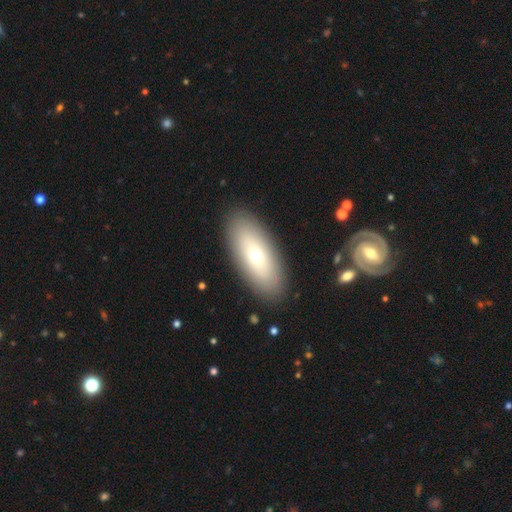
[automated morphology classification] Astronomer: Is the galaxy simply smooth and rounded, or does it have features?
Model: smooth — 64%.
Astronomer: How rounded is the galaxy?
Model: in between — 83%.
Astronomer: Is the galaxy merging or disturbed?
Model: none — 88%.